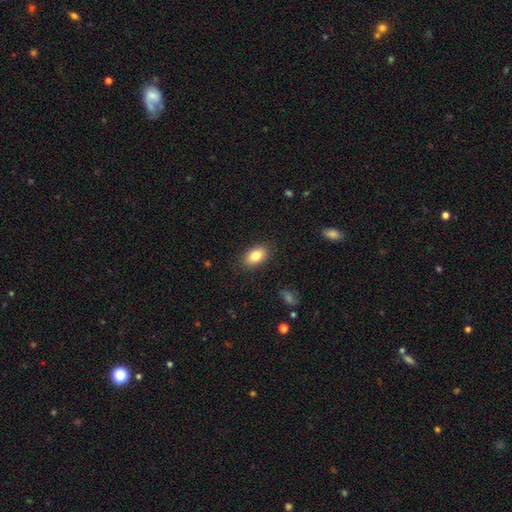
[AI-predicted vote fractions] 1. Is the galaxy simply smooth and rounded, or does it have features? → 84% smooth, 9% featured or disk, 7% star or artifact.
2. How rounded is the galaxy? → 91% in between, 7% round, 2% cigar-shaped.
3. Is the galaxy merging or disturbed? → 87% none, 10% minor disturbance, 3% major disturbance, 1% merger.